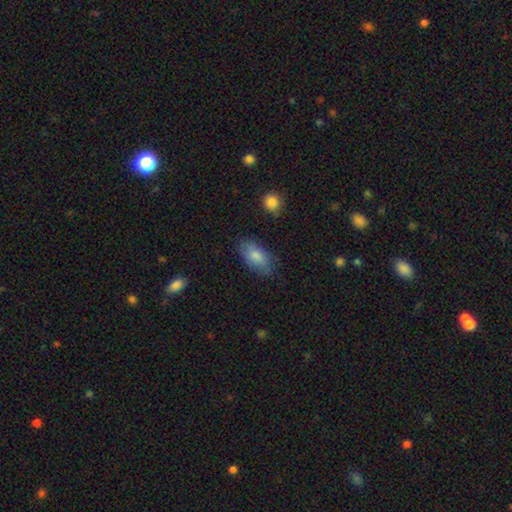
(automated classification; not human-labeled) Morphology: type=smooth (79%); roundness=in between (92%); merging=none (74%).